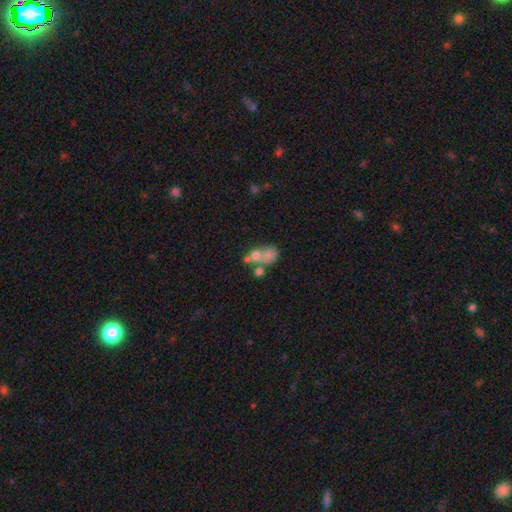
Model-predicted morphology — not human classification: This is possibly a smooth galaxy (60%). How rounded: possibly in between (58%). Merging: possibly merger (52%).